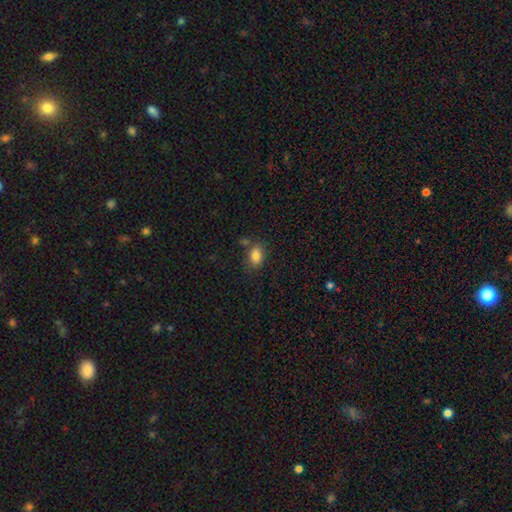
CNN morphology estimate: The model was most divided on "merging": none: 69%, minor disturbance: 15%, merger: 11%, major disturbance: 4%. More confident: smooth or featured — smooth (84%); how rounded — in between (80%).